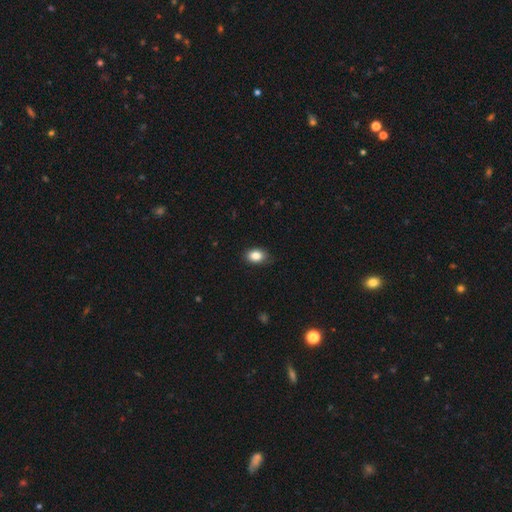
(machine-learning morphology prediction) Smooth or featured?
  - smooth: 86% *
  - star or artifact: 9%
  - featured or disk: 5%
How rounded?
  - in between: 75% *
  - round: 23%
  - cigar-shaped: 1%
Merging?
  - none: 82% *
  - minor disturbance: 15%
  - major disturbance: 2%
  - merger: 1%